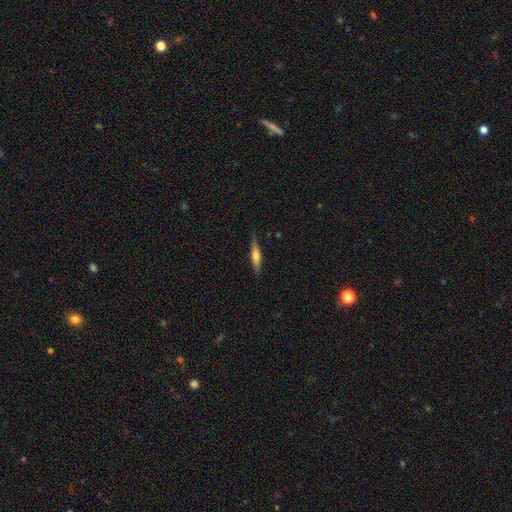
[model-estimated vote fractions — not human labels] Morphology: type=smooth (52%); roundness=cigar-shaped (83%); merging=none (81%).